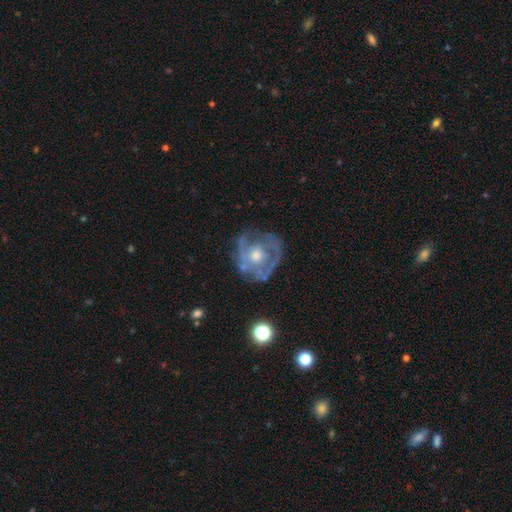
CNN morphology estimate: Smooth or featured?
  - featured or disk: 78% *
  - smooth: 15%
  - star or artifact: 7%
Edge-on disk?
  - no: 97% *
  - yes: 3%
Bar?
  - no: 78% *
  - weak: 18%
  - strong: 4%
Spiral arms?
  - yes: 68% *
  - no: 32%
Spiral winding?
  - tight: 55% *
  - medium: 33%
  - loose: 12%
Spiral arm count?
  - can't tell: 39% *
  - 2: 29%
  - 3: 15%
  - 1: 10%
  - 4: 4%
  - more than 4: 4%
Bulge size?
  - moderate: 63% *
  - small: 27%
  - large: 6%
  - none: 2%
  - dominant: 1%
Merging?
  - none: 65% *
  - minor disturbance: 20%
  - major disturbance: 12%
  - merger: 3%